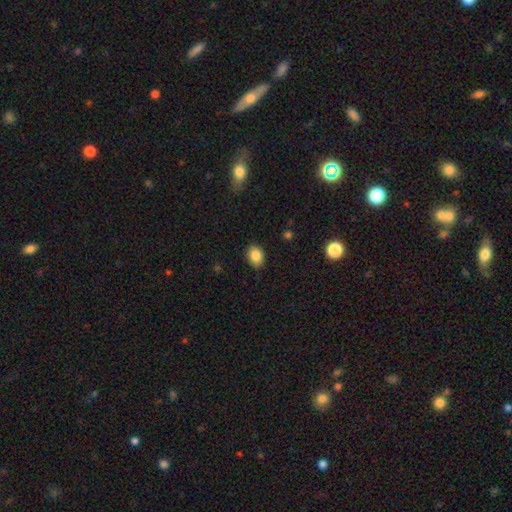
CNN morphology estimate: Overall: smooth (86%). How rounded: in between (67%; round 32%). Merging: none (86%).